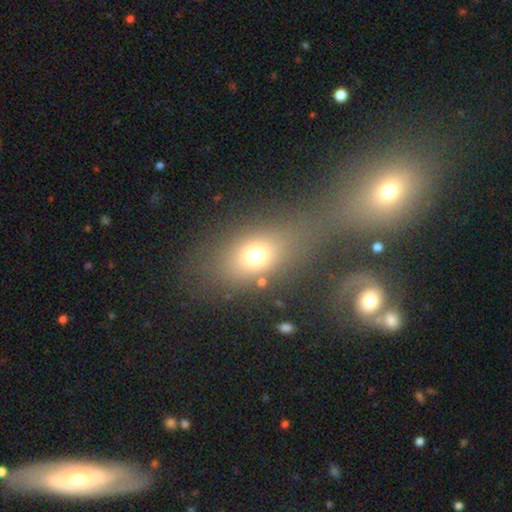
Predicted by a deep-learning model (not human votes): Morphology: type=smooth (69%); roundness=in between (62%); merging=none (49%).